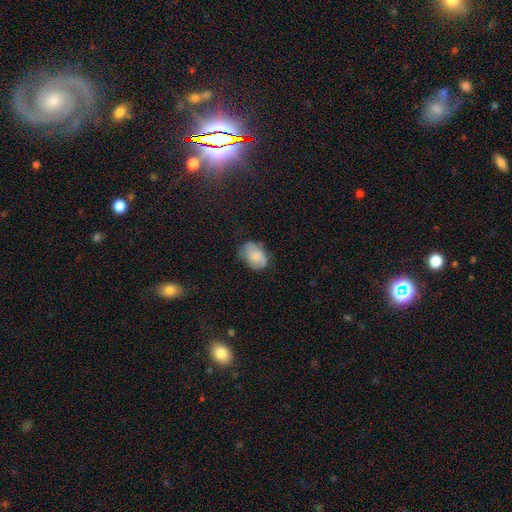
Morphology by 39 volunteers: This appears to be a smooth galaxy with no disk features (82%) that is in between round and cigar-shaped (81%). Merging: none (56%).